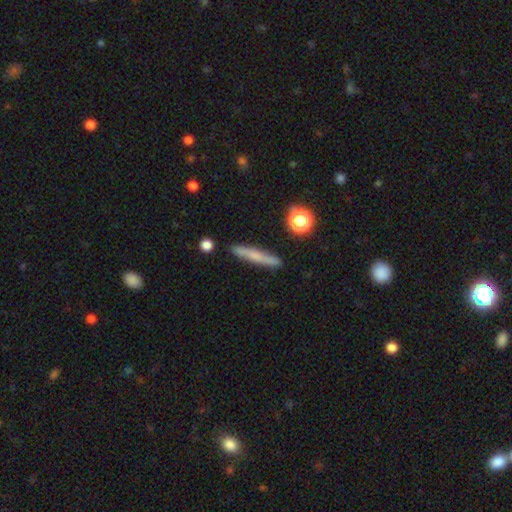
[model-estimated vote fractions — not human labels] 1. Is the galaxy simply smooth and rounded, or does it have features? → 59% smooth, 33% featured or disk, 8% star or artifact.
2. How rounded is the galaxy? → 93% cigar-shaped, 5% in between, 3% round.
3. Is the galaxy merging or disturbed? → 88% none, 8% minor disturbance, 2% merger, 2% major disturbance.